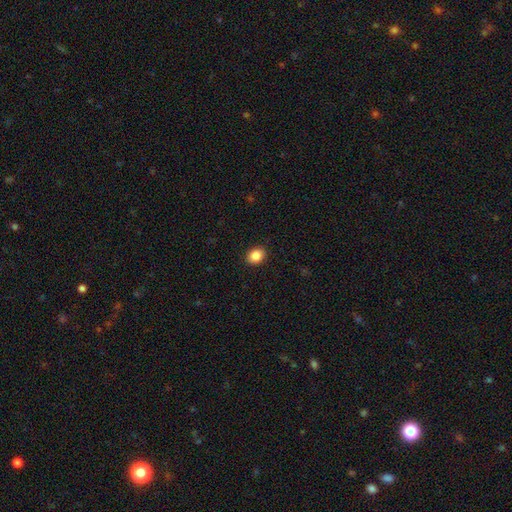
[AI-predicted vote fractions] The model was most divided on "how rounded": in between: 55%, round: 44%, cigar-shaped: 1%. More confident: merging — none (91%); smooth or featured — smooth (87%).